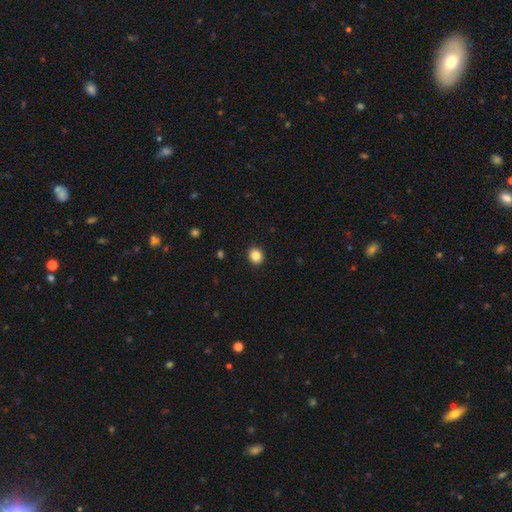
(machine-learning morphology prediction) smooth 85%, star or artifact 10%, featured or disk 5%. Down the decision tree: how rounded — round (80%); merging — none (92%).